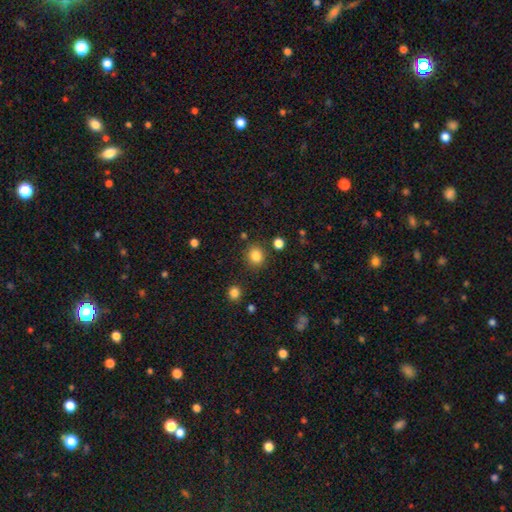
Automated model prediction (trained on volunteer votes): This appears to be a smooth galaxy with no disk features (84%) that is round (81%). Merging: none (85%).